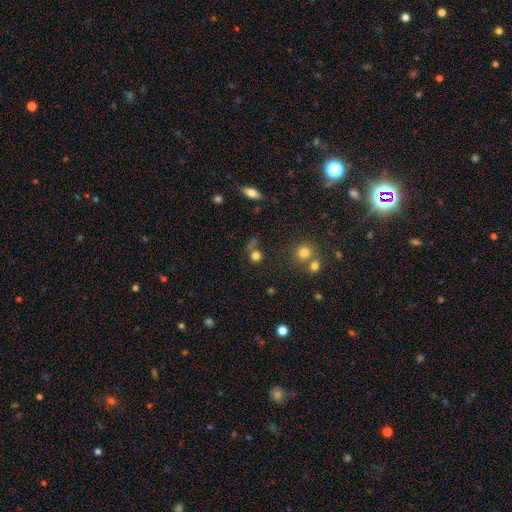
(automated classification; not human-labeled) Overall: smooth (75%). How rounded: round (86%). Merging: none (56%; merger 20%).